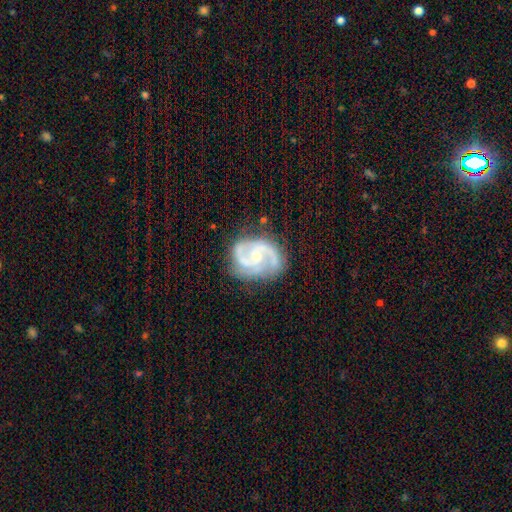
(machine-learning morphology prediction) Smooth or featured? Predicted: featured or disk (p=0.90). Edge-on disk? Predicted: no (p=0.98). Bar? Predicted: no (p=0.59). Spiral arms? Predicted: yes (p=0.97). Spiral winding? Predicted: medium (p=0.56). Spiral arm count? Predicted: 2 (p=0.77). Bulge size? Predicted: small (p=0.53). Merging? Predicted: none (p=0.73).